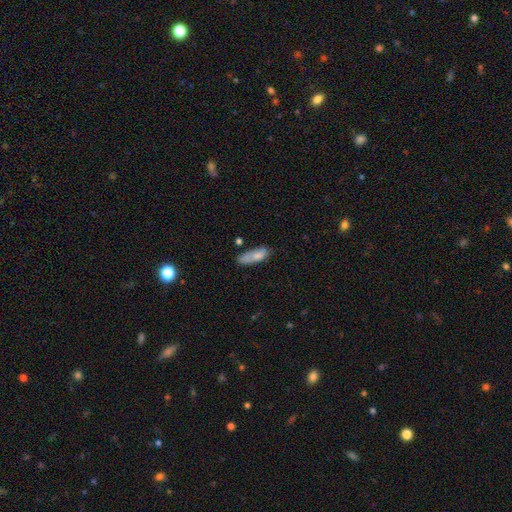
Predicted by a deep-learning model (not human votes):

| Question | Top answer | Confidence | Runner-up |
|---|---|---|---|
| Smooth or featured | smooth | 79% | featured or disk (14%) |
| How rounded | in between | 64% | cigar-shaped (34%) |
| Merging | none | 54% | minor disturbance (28%) |